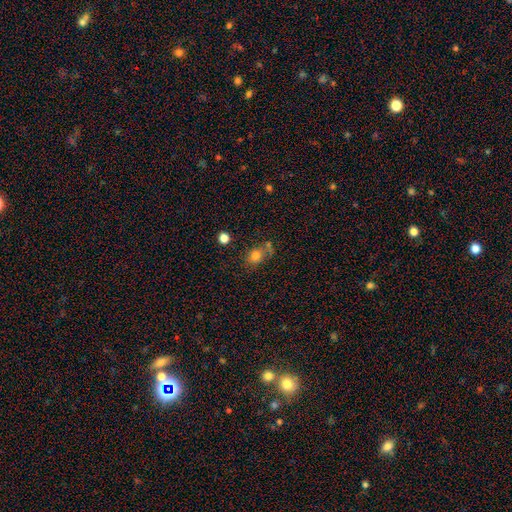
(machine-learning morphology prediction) smooth-or-featured: smooth: 79% | star or artifact: 12% | featured or disk: 9%
  how-rounded: round: 55% | in between: 43% | cigar-shaped: 1%
  merging: none: 56% | minor disturbance: 19% | merger: 17% | major disturbance: 8%